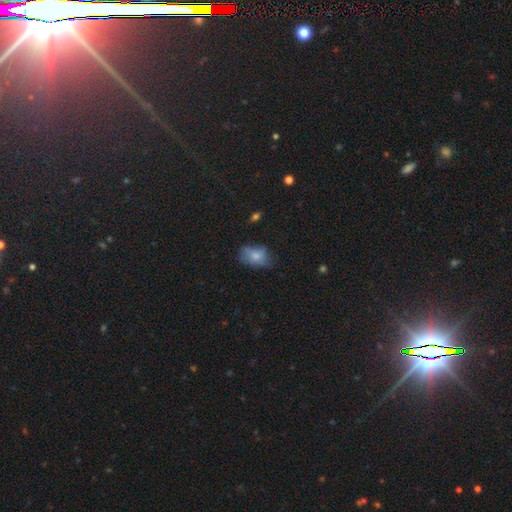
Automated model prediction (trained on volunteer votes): Morphology: type=smooth (72%); roundness=in between (79%); merging=none (48%).